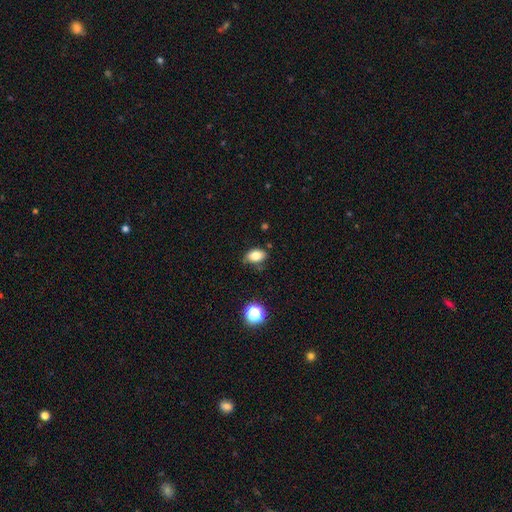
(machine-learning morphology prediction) This is clearly a smooth galaxy (81%). How rounded: clearly in between (83%). Merging: likely none (70%).